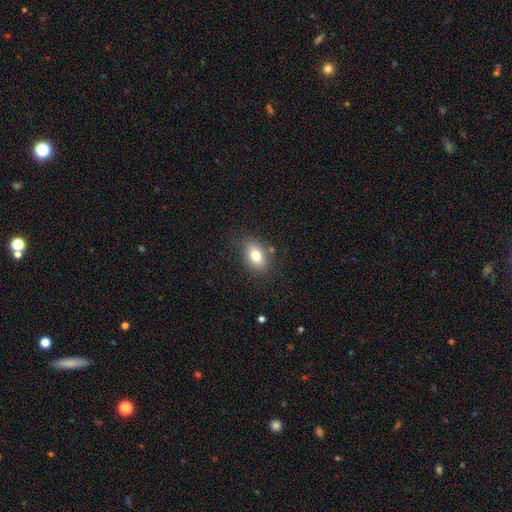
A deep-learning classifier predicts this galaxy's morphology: A smooth galaxy with no disk features (77%) that is in between round and cigar-shaped (83%).

Vote fractions:
- Smooth or featured? smooth: 77% / featured or disk: 14% / star or artifact: 9%
- How rounded? in between: 83% / round: 15% / cigar-shaped: 2%
- Merging? none: 81% / minor disturbance: 12% / major disturbance: 4% / merger: 3%